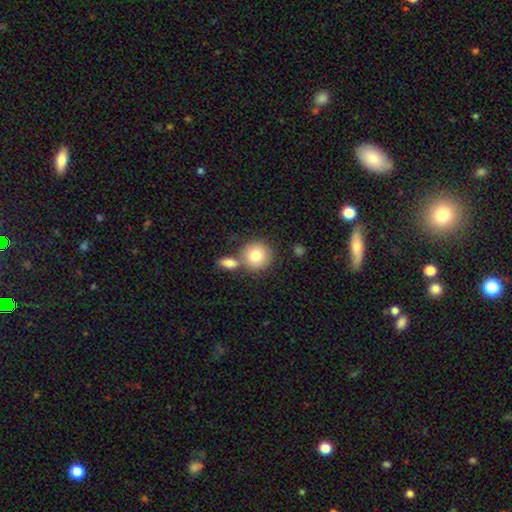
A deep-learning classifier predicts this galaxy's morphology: A smooth galaxy with no disk features (81%) that is round (89%).

Vote fractions:
- Smooth or featured? smooth: 81% / featured or disk: 11% / star or artifact: 8%
- How rounded? round: 89% / in between: 10% / cigar-shaped: 1%
- Merging? none: 62% / merger: 26% / minor disturbance: 9% / major disturbance: 3%